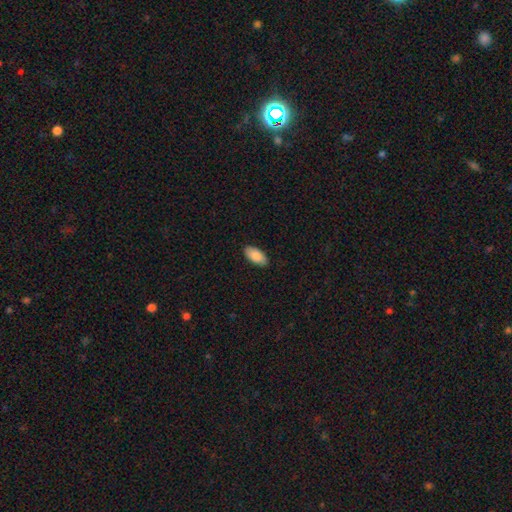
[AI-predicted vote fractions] smooth_or_featured: smooth (p=0.88) [alt: featured or disk p=0.06]
how_rounded: in between (p=0.94) [alt: cigar-shaped p=0.04]
merging: none (p=0.87) [alt: minor disturbance p=0.10]